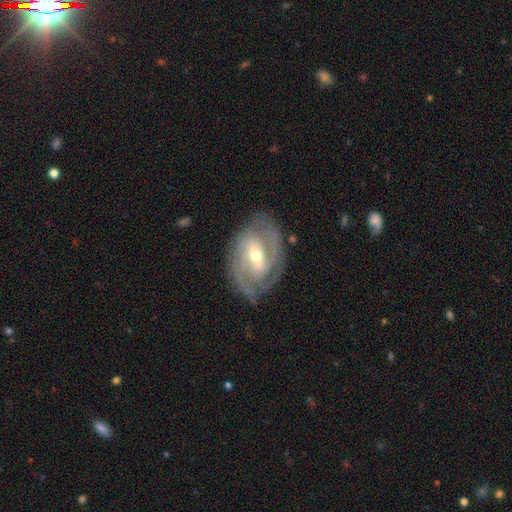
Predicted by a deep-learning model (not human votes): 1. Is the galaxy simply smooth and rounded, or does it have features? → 88% featured or disk, 8% smooth, 5% star or artifact.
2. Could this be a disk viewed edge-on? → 96% no, 4% yes.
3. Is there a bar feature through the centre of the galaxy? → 44% weak, 41% strong, 15% no.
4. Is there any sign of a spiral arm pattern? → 96% yes, 4% no.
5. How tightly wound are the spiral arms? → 53% tight, 39% medium, 8% loose.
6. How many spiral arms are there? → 62% 2, 18% 3, 12% can't tell, 3% 4, 3% 1, 2% more than 4.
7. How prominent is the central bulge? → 57% moderate, 38% small, 3% large, 1% none, 1% dominant.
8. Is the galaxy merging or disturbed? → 79% none, 15% minor disturbance, 5% major disturbance, 1% merger.